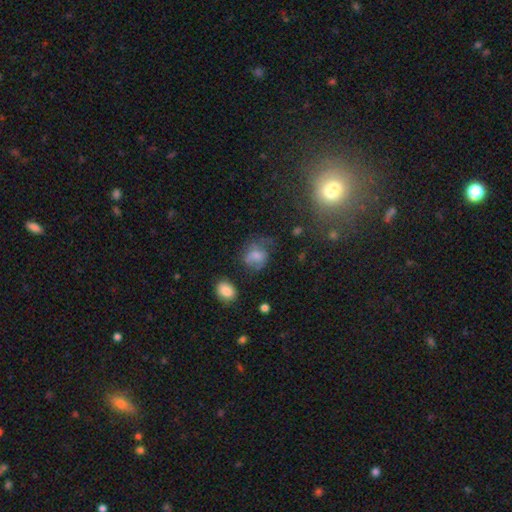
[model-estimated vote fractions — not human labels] Morphology: type=smooth (65%); roundness=round (57%); merging=none (41%).